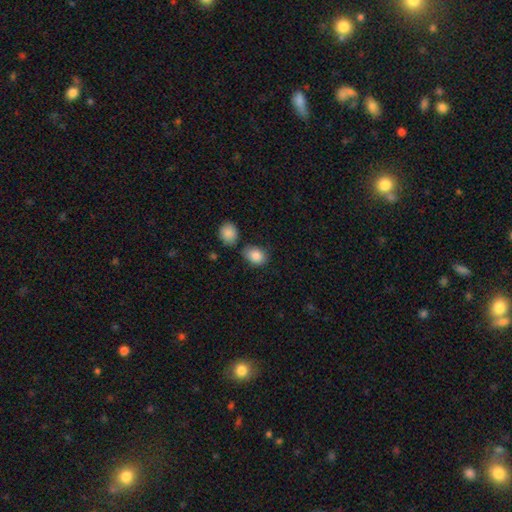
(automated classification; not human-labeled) This is clearly a smooth galaxy (87%). How rounded: likely in between (64%). Merging: likely none (66%).